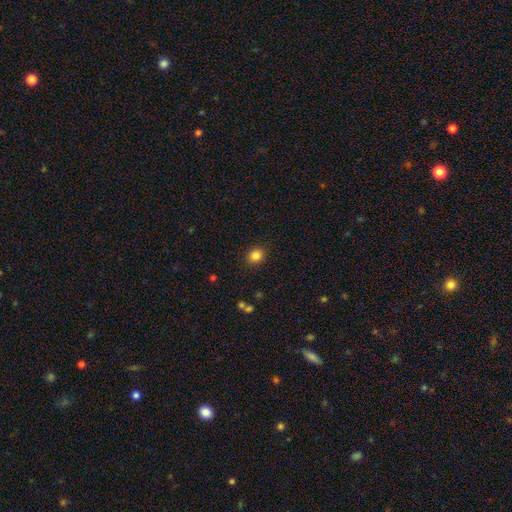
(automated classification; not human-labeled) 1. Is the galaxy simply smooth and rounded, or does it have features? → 84% smooth, 11% star or artifact, 5% featured or disk.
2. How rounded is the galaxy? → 79% round, 20% in between, 1% cigar-shaped.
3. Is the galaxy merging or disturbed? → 90% none, 7% minor disturbance, 2% major disturbance, 1% merger.